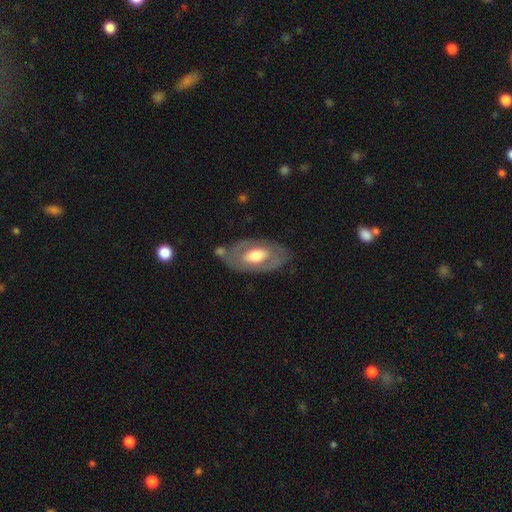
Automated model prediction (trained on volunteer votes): smooth_or_featured: featured or disk (p=0.58) [alt: smooth p=0.37]
disk_edge_on: no (p=0.89) [alt: yes p=0.11]
bar: no (p=0.60) [alt: weak p=0.26]
has_spiral_arms: no (p=0.66) [alt: yes p=0.34]
bulge_size: moderate (p=0.59) [alt: large p=0.31]
merging: none (p=0.68) [alt: minor disturbance p=0.19]